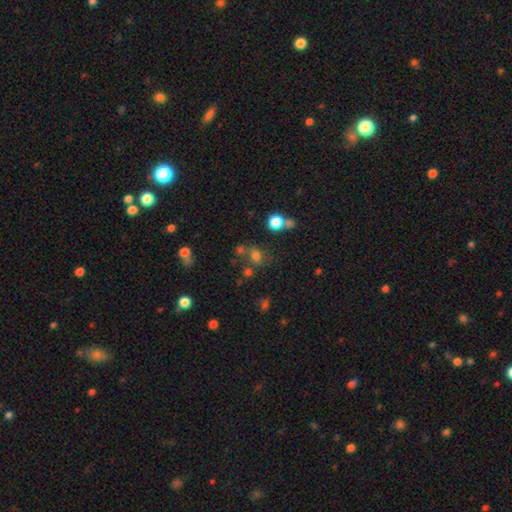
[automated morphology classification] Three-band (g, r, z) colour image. It shows a smooth galaxy with no disk features (66%) that is round (64%). Merging: none (51%).